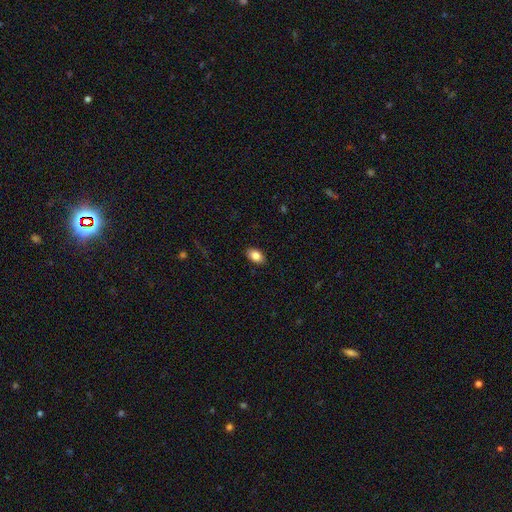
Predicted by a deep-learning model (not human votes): smooth 84%, featured or disk 8%, star or artifact 8%. Down the decision tree: how rounded — in between (90%); merging — none (88%).